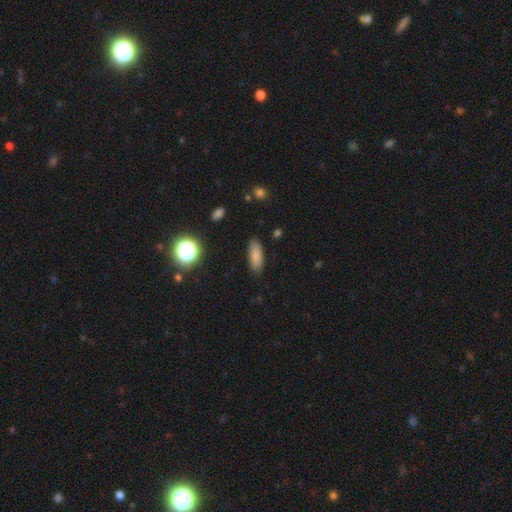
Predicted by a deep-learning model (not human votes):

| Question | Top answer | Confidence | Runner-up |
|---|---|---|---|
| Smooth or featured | smooth | 82% | star or artifact (9%) |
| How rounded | in between | 69% | cigar-shaped (28%) |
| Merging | none | 87% | minor disturbance (10%) |